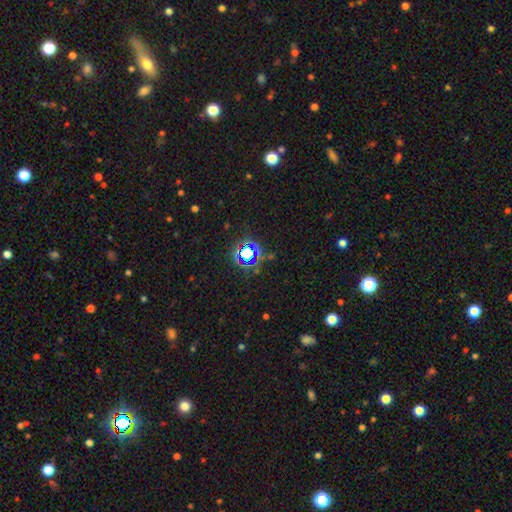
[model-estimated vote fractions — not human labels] smooth-or-featured: star or artifact: 77% | smooth: 16% | featured or disk: 8%